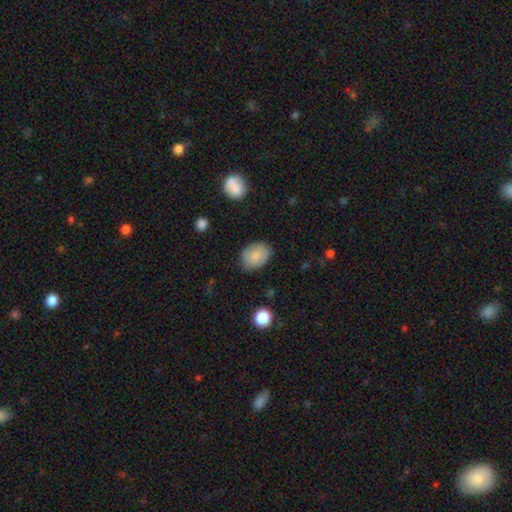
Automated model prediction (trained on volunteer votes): This appears to be a smooth galaxy with no disk features (83%) that is in between round and cigar-shaped (72%). Merging: none (79%).